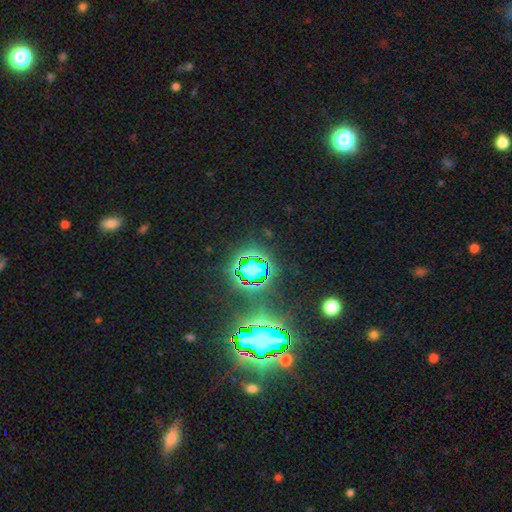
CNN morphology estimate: A star or artifact, not a galaxy (79%).

Vote fractions:
- Smooth or featured? star or artifact: 79% / smooth: 13% / featured or disk: 7%